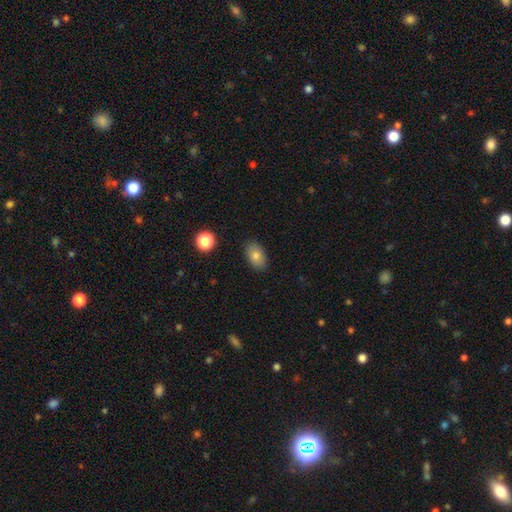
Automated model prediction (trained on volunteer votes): Smooth or featured: smooth — 79% (featured or disk — 12%)
How rounded: in between — 87% (round — 11%)
Merging: none — 87% (minor disturbance — 10%)